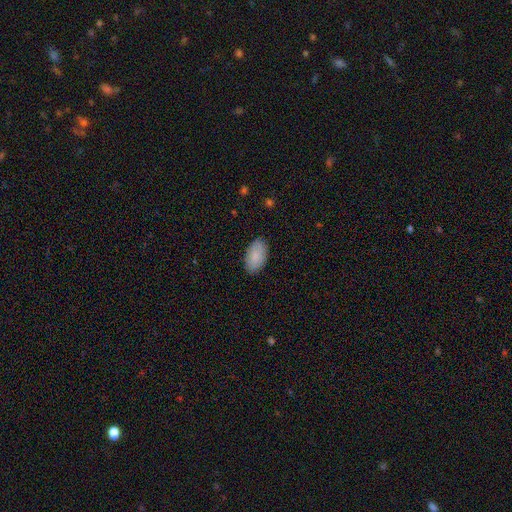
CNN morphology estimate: This is clearly a smooth galaxy (87%). How rounded: clearly in between (95%). Merging: clearly none (87%).